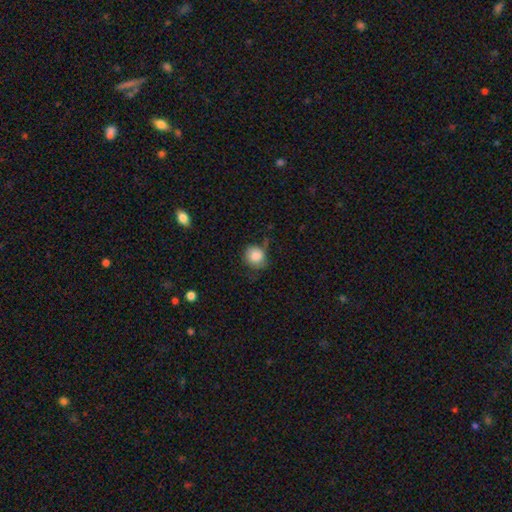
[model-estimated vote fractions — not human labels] Smooth or featured? Predicted: smooth (p=0.82). How rounded? Predicted: round (p=0.80). Merging? Predicted: none (p=0.58).